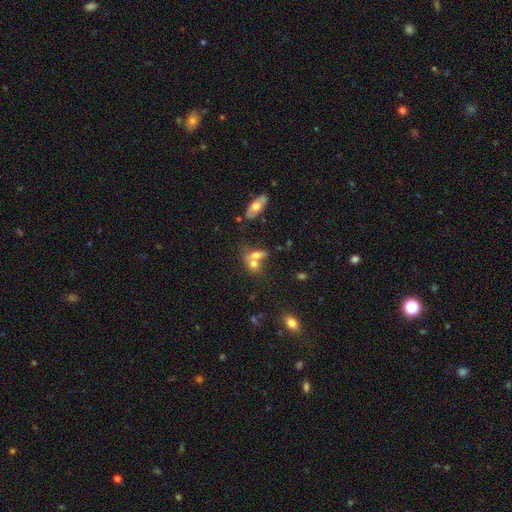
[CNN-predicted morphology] Smooth or featured: smooth — 65% (featured or disk — 23%)
How rounded: in between — 65% (round — 27%)
Merging: merger — 53% (none — 31%)